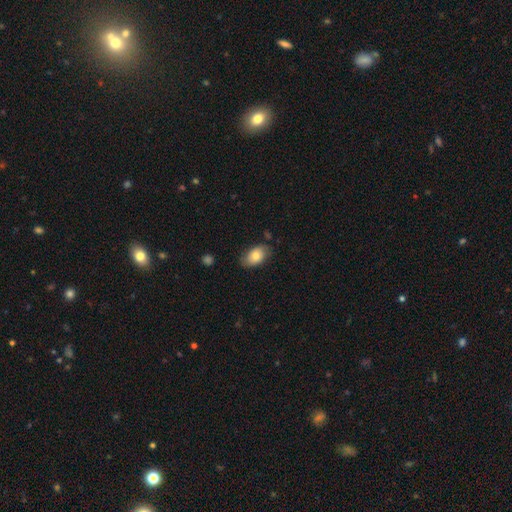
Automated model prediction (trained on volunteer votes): Morphology: type=smooth (75%); roundness=in between (90%); merging=none (74%).